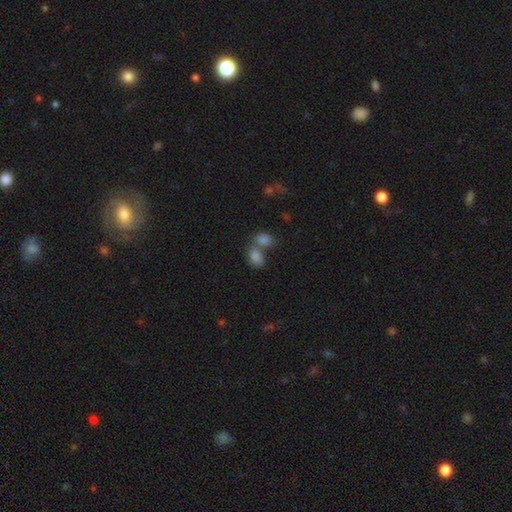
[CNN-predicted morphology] Smooth or featured: smooth — 79% (star or artifact — 12%)
How rounded: in between — 82% (round — 16%)
Merging: merger — 54% (none — 34%)